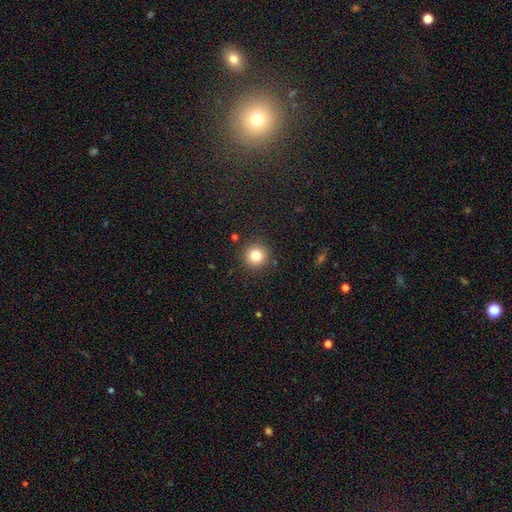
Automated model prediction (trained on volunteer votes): Morphology: type=smooth (81%); roundness=round (95%); merging=none (91%).